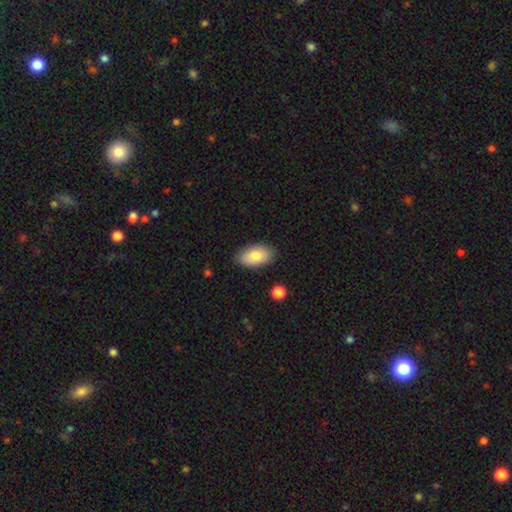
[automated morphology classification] type=smooth (78%); roundness=in between (94%); merging=none (83%).